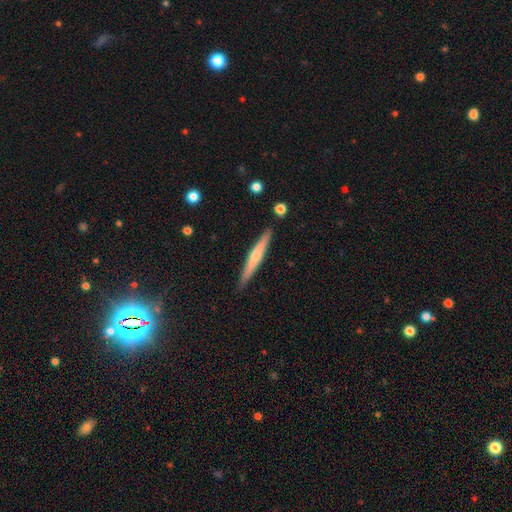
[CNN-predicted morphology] This appears to be a featured or disk galaxy (48%). Merging: none (88%).